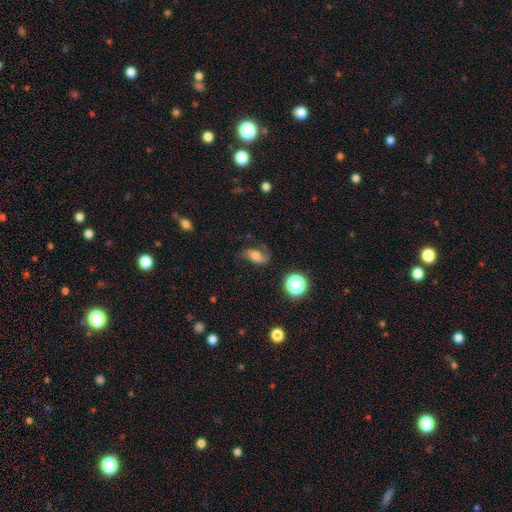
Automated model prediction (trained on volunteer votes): A featured or disk galaxy (48%).

Vote fractions:
- Smooth or featured? featured or disk: 48% / smooth: 37% / star or artifact: 14%
- Merging? none: 53% / minor disturbance: 22% / major disturbance: 22% / merger: 3%